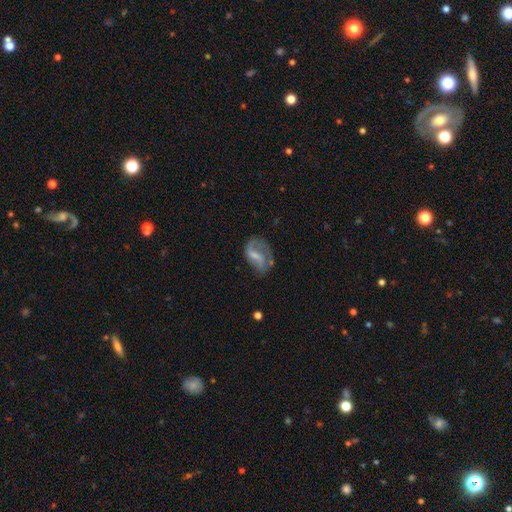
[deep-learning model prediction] A featured or disk galaxy (65%) with a weak bar (49%), 2 (62%) loose (47%) spiral arms (80%) and a small central bulge (44%).

Vote fractions:
- Smooth or featured? featured or disk: 65% / smooth: 28% / star or artifact: 7%
- Edge-on disk? no: 97% / yes: 3%
- Bar? weak: 49% / no: 27% / strong: 24%
- Spiral arms? yes: 80% / no: 20%
- Spiral winding? loose: 47% / medium: 37% / tight: 15%
- Spiral arm count? 2: 62% / 1: 24% / can't tell: 11% / 3: 2% / 4: 1% / more than 4: 1%
- Bulge size? small: 44% / moderate: 29% / none: 22% / large: 3% / dominant: 1%
- Merging? none: 44% / minor disturbance: 27% / major disturbance: 25% / merger: 3%